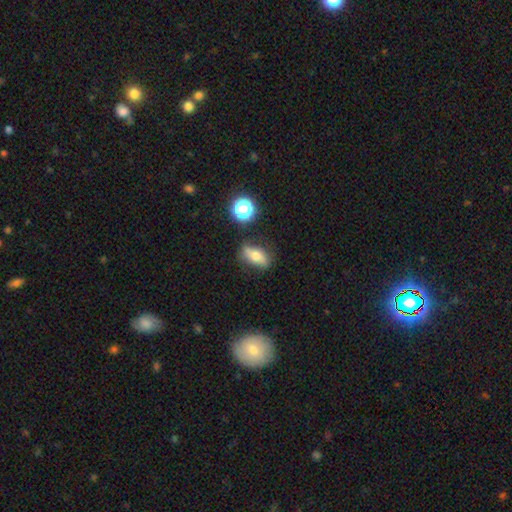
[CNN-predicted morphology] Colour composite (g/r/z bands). It shows a smooth galaxy with no disk features (55%) that is in between round and cigar-shaped (72%). Merging: none (70%).